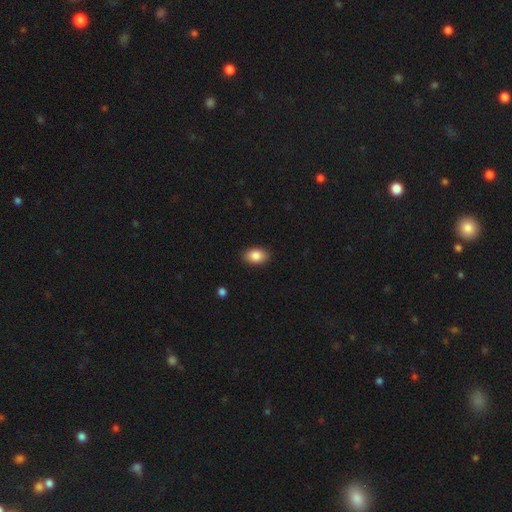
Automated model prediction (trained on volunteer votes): Smooth or featured?
  - smooth: 86% *
  - star or artifact: 7%
  - featured or disk: 6%
How rounded?
  - in between: 88% *
  - round: 10%
  - cigar-shaped: 1%
Merging?
  - none: 89% *
  - minor disturbance: 8%
  - major disturbance: 2%
  - merger: 1%